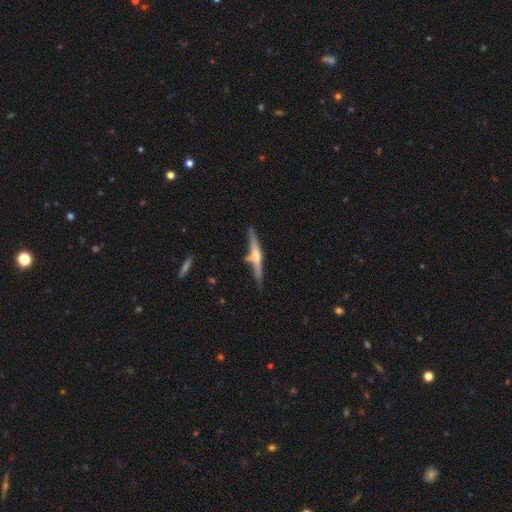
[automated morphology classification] Smooth or featured? Predicted: featured or disk (p=0.63). Edge-on disk? Predicted: yes (p=0.96). Edge-on bulge? Predicted: rounded (p=0.77). Merging? Predicted: none (p=0.70).